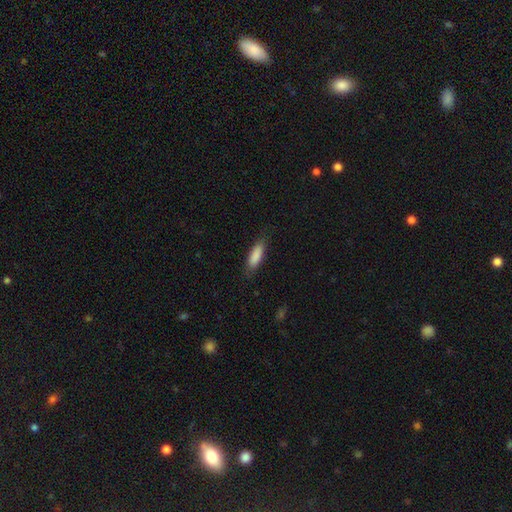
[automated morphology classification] Smooth or featured?
  - smooth: 87% *
  - featured or disk: 7%
  - star or artifact: 6%
How rounded?
  - in between: 55% *
  - cigar-shaped: 44%
  - round: 2%
Merging?
  - none: 81% *
  - minor disturbance: 15%
  - major disturbance: 3%
  - merger: 1%